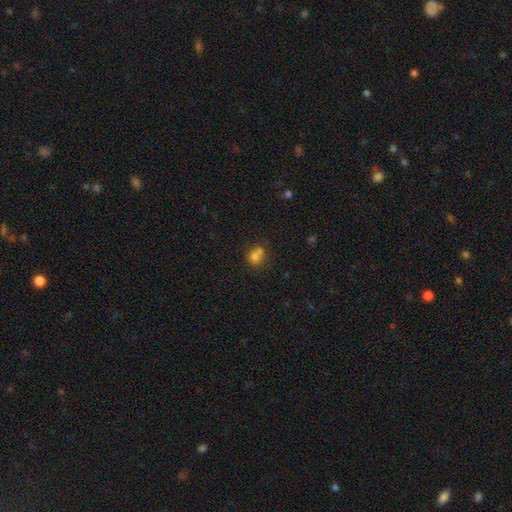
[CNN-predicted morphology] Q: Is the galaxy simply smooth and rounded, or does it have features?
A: smooth — 74%.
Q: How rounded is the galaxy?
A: round — 70%.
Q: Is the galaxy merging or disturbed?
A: merger — 50%.